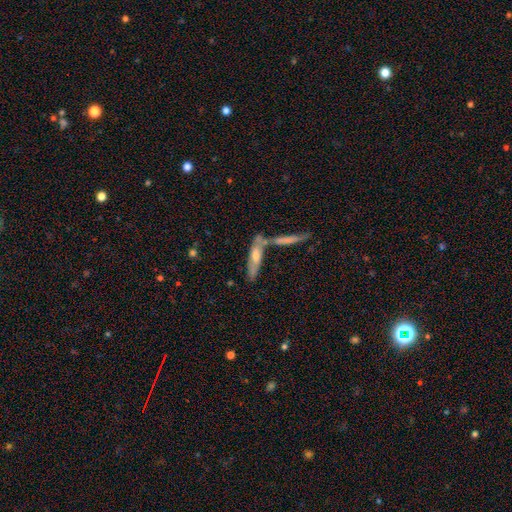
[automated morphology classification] The model was most divided on "smooth or featured": smooth: 47%, featured or disk: 46%, star or artifact: 7%. Remaining: merging — none (50%).